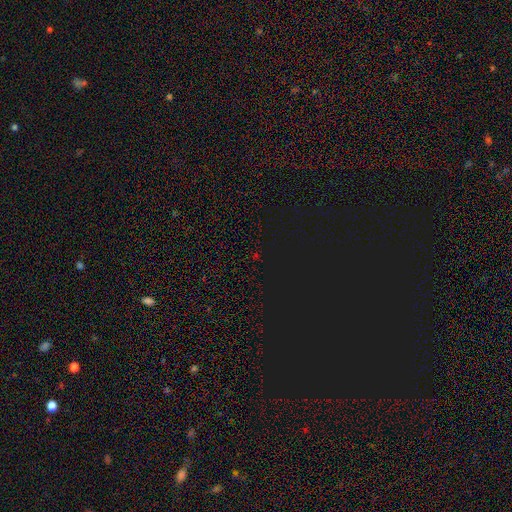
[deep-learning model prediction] Q: Smooth or featured?
A: star or artifact (76%); runner-up: smooth (17%)